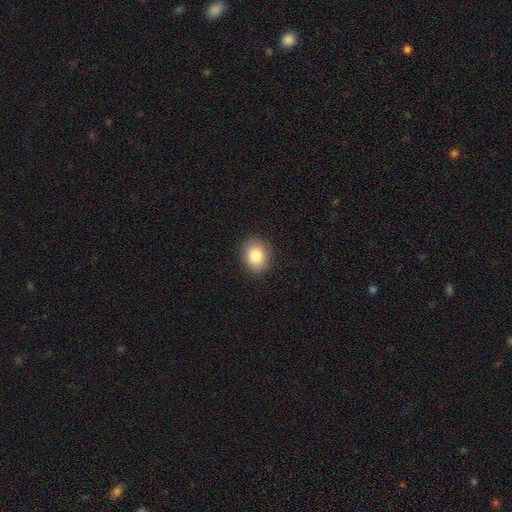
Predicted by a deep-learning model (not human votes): smooth_or_featured: smooth (p=0.84) [alt: star or artifact p=0.08]
how_rounded: in between (p=0.52) [alt: round p=0.47]
merging: none (p=0.89) [alt: minor disturbance p=0.08]